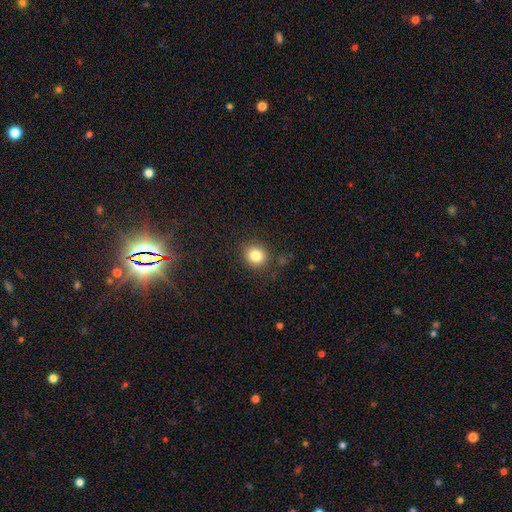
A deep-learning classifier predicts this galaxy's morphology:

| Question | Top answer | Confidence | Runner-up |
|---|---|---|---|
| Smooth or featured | smooth | 82% | star or artifact (12%) |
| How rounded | round | 84% | in between (15%) |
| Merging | none | 86% | minor disturbance (9%) |